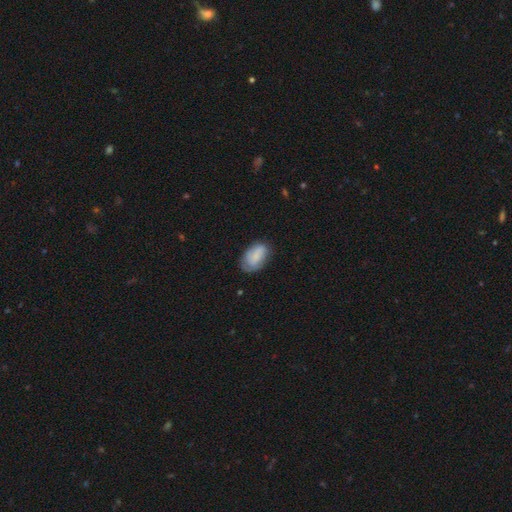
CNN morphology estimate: smooth_or_featured: smooth (p=0.70) [alt: featured or disk p=0.23]
how_rounded: in between (p=0.90) [alt: round p=0.08]
merging: none (p=0.64) [alt: minor disturbance p=0.27]